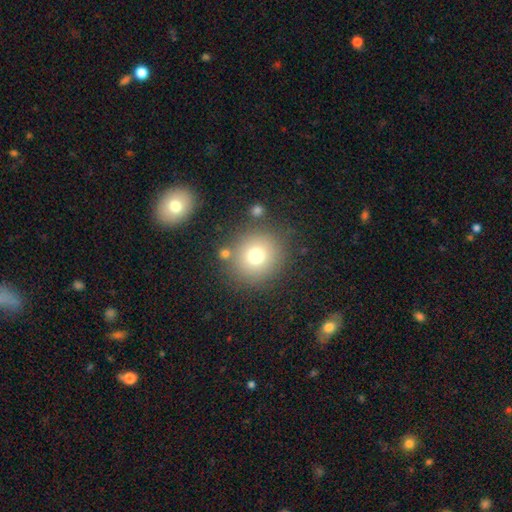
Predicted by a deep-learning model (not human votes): Overall: smooth (74%). How rounded: round (92%). Merging: none (81%).